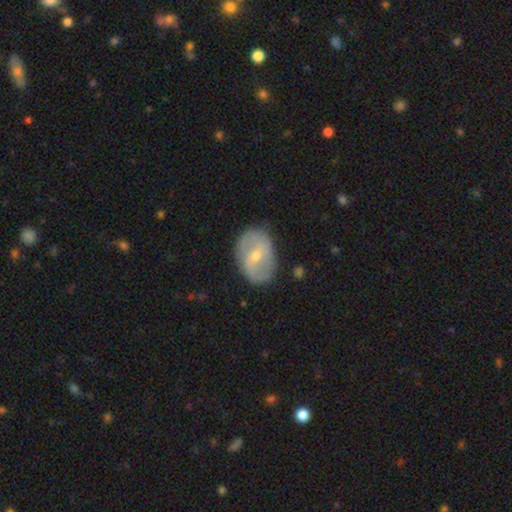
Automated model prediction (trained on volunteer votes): A featured or disk galaxy (66%) with a weak bar (43%), spiral arms (59%) and a small central bulge (56%). Merging: none (77%).